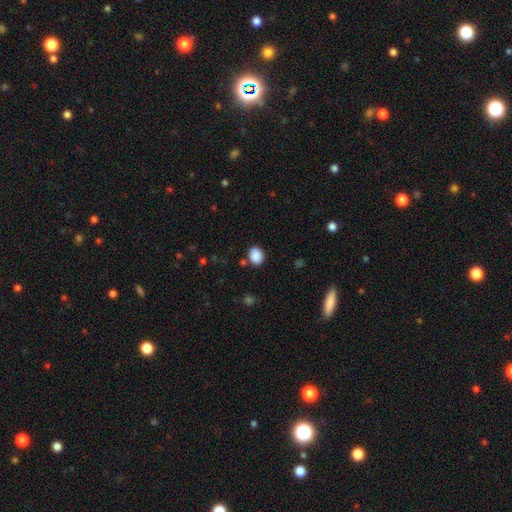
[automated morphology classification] Overall: smooth (88%). How rounded: in between (58%; round 42%). Merging: none (80%).